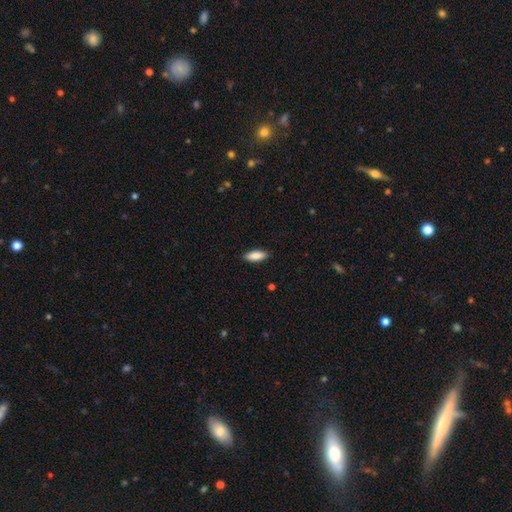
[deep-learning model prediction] Smooth or featured: smooth — 88% (featured or disk — 7%)
How rounded: in between — 71% (cigar-shaped — 27%)
Merging: none — 88% (minor disturbance — 9%)